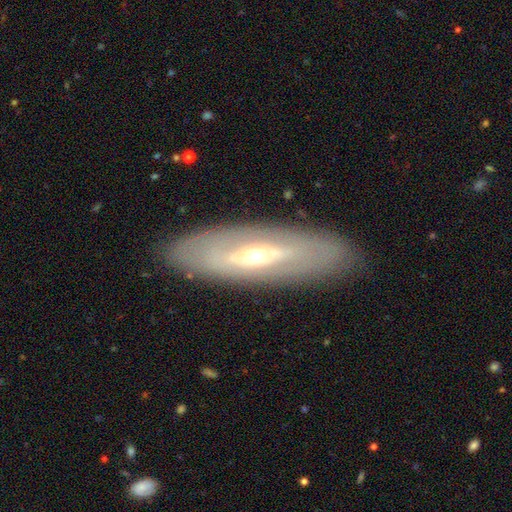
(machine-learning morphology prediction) Overall: featured or disk (68%). Edge-on disk: no (64%; yes 36%). Merging: none (86%).